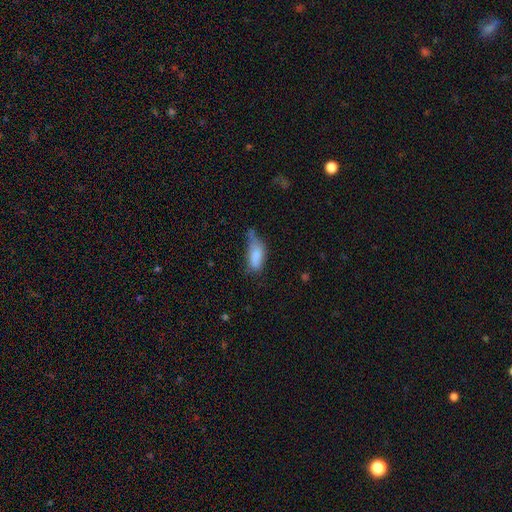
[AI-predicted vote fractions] Q: Smooth or featured?
A: smooth (79%); runner-up: featured or disk (12%)
Q: How rounded?
A: in between (81%); runner-up: cigar-shaped (15%)
Q: Merging?
A: minor disturbance (39%); runner-up: major disturbance (27%)